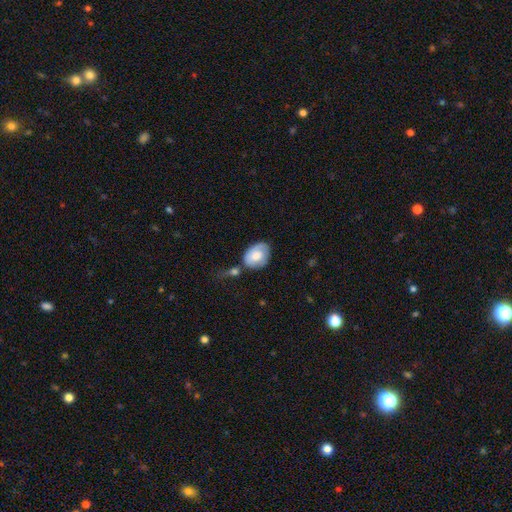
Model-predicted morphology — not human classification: Smooth or featured? smooth (62%)
How rounded? in between (67%)
Merging? none (48%)